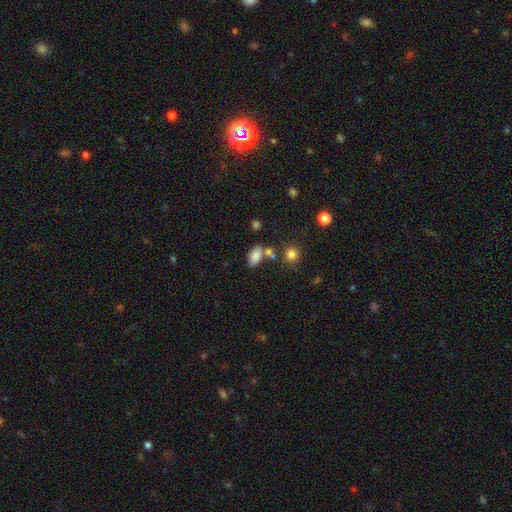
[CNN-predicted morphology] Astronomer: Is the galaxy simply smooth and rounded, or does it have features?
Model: smooth — 83%.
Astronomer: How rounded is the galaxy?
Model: in between — 90%.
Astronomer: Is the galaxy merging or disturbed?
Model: none — 60%.